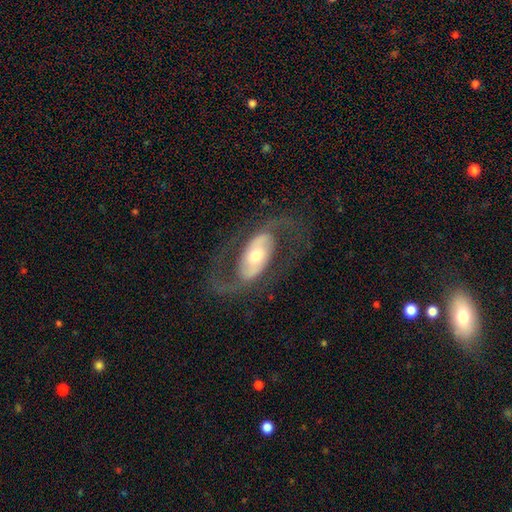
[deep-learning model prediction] Overall: featured or disk (84%). Edge-on disk: no (95%). Bar: strong (34%, tied with no). Spiral arms: yes (89%). Spiral arm count: 2 (91%). Spiral winding: medium (51%; loose 35%). Bulge size: moderate (62%; small 25%). Merging: none (72%).